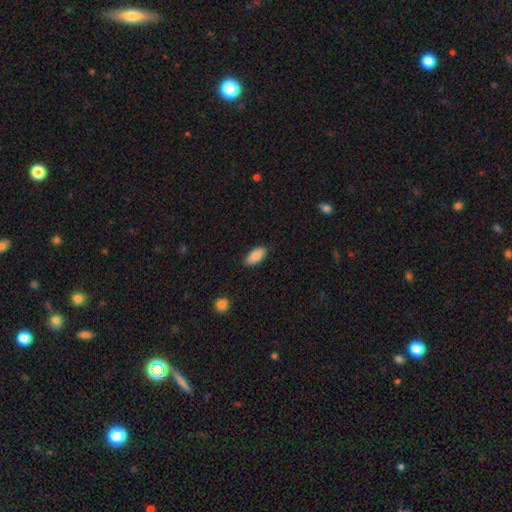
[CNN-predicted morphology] Q: Smooth or featured?
A: smooth (86%); runner-up: featured or disk (7%)
Q: How rounded?
A: in between (91%); runner-up: cigar-shaped (7%)
Q: Merging?
A: none (86%); runner-up: minor disturbance (11%)